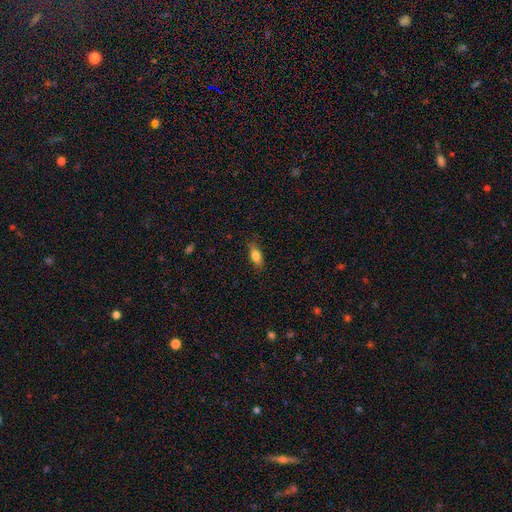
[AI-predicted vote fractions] Smooth or featured? smooth (81%)
How rounded? in between (78%)
Merging? none (80%)